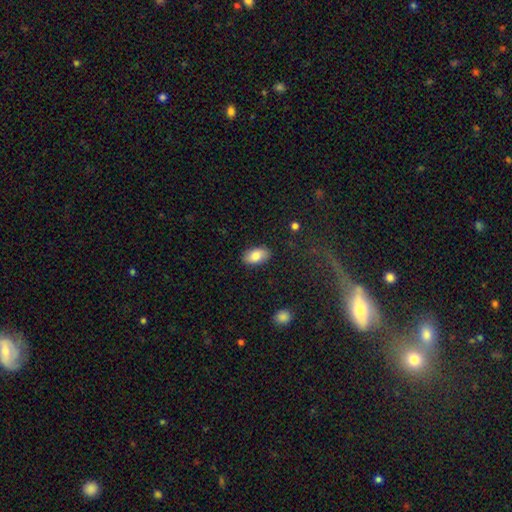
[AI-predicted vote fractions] Smooth or featured? smooth (83%)
How rounded? in between (94%)
Merging? none (87%)